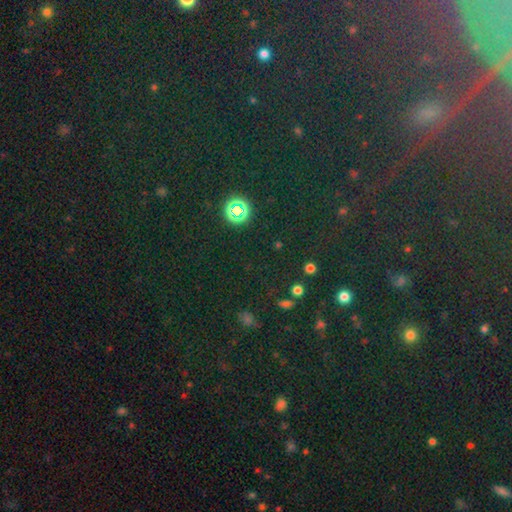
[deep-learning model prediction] Overall: star or artifact (58%; smooth 34%).